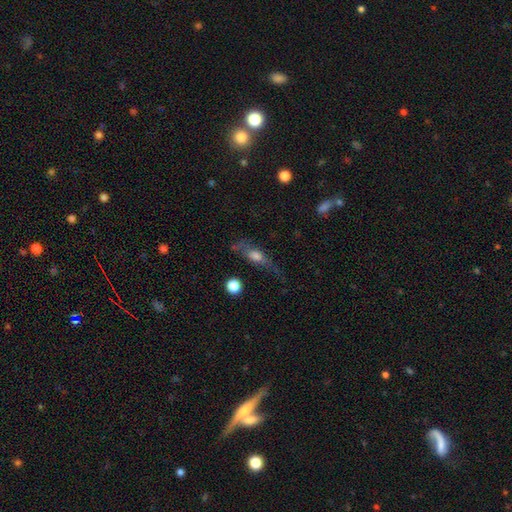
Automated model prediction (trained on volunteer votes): This is possibly a smooth galaxy (50%). Merging: possibly none (50%).